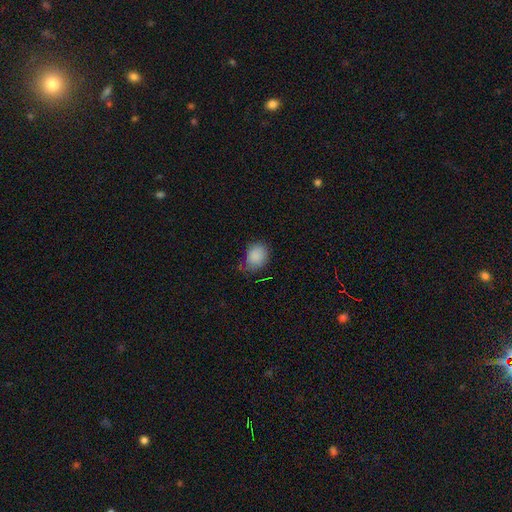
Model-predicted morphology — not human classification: Overall: smooth (87%). How rounded: in between (51%; round 48%). Merging: none (61%; minor disturbance 29%).